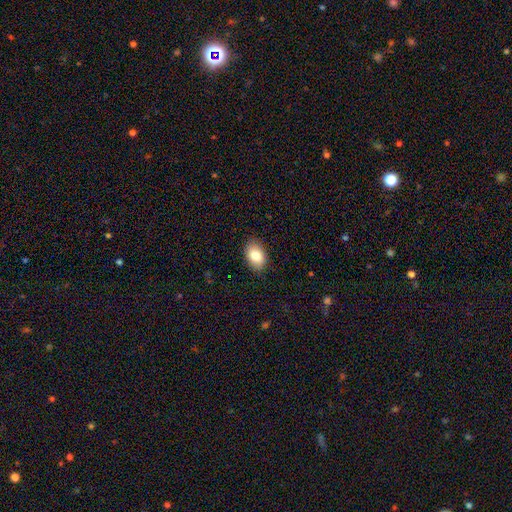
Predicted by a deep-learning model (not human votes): This is clearly a smooth galaxy (84%). How rounded: clearly in between (84%). Merging: clearly none (88%).